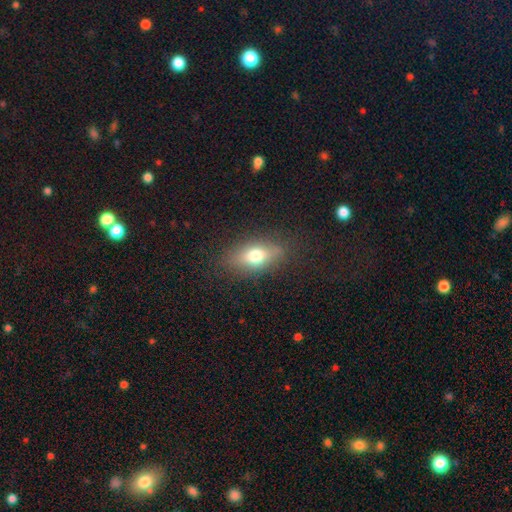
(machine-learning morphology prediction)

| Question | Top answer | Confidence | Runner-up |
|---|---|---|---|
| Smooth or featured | smooth | 67% | featured or disk (23%) |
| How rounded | in between | 78% | cigar-shaped (13%) |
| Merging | none | 82% | minor disturbance (13%) |